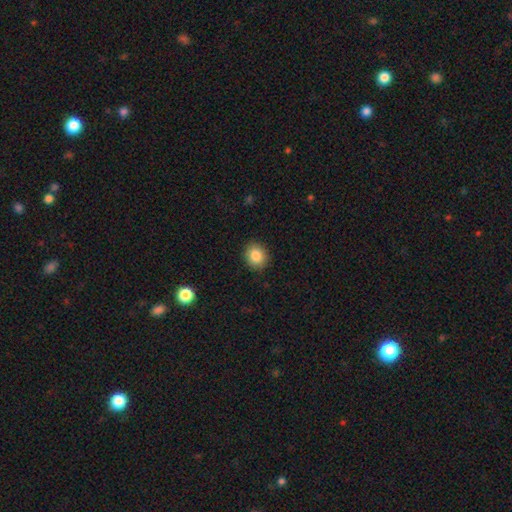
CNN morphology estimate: The model was most divided on "how rounded": round: 76%, in between: 23%, cigar-shaped: 1%. More confident: merging — none (90%); smooth or featured — smooth (85%).